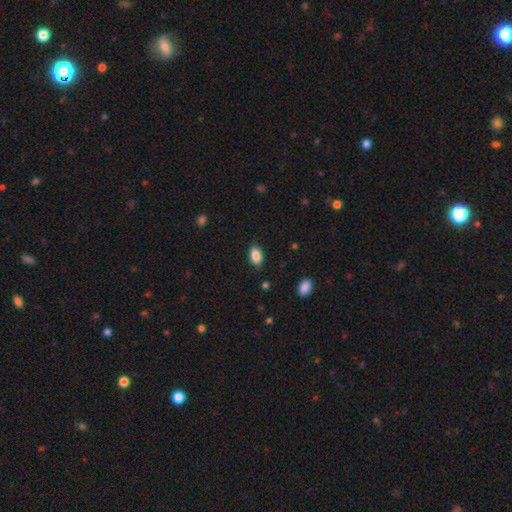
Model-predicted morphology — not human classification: A smooth galaxy with no disk features (88%) that is in between round and cigar-shaped (92%).

Vote fractions:
- Smooth or featured? smooth: 88% / star or artifact: 8% / featured or disk: 5%
- How rounded? in between: 92% / round: 5% / cigar-shaped: 2%
- Merging? none: 87% / minor disturbance: 9% / major disturbance: 2% / merger: 1%